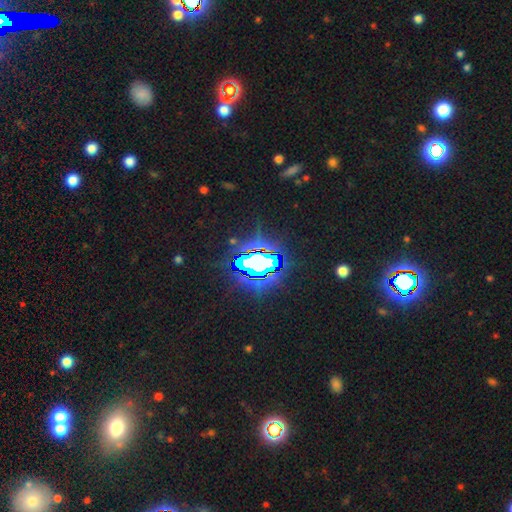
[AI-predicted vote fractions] Overall: star or artifact (81%).